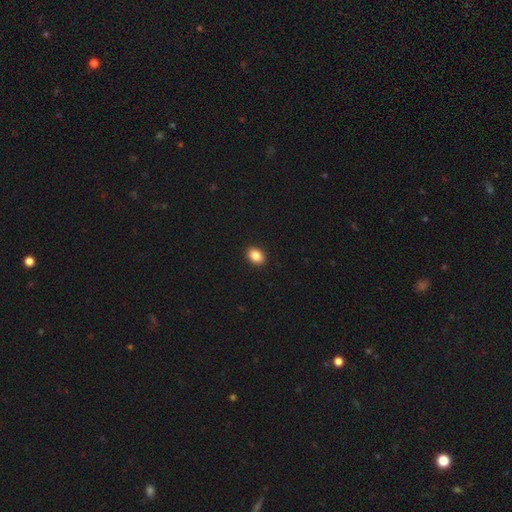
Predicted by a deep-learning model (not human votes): The model was most divided on "how rounded": in between: 73%, round: 26%, cigar-shaped: 1%. More confident: merging — none (92%); smooth or featured — smooth (87%).